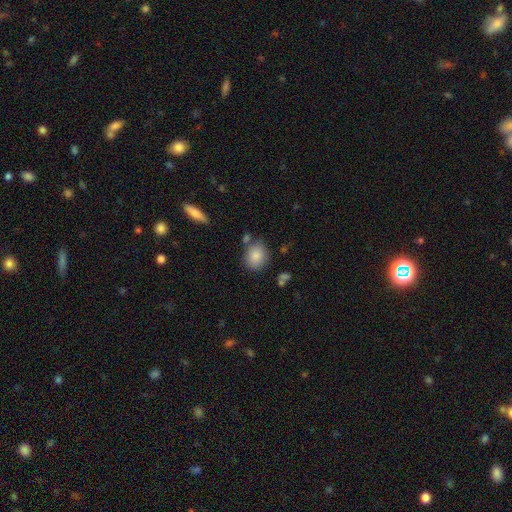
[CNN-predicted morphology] The model was most divided on "how rounded": round: 60%, in between: 39%, cigar-shaped: 1%. More confident: smooth or featured — smooth (84%); merging — none (72%).